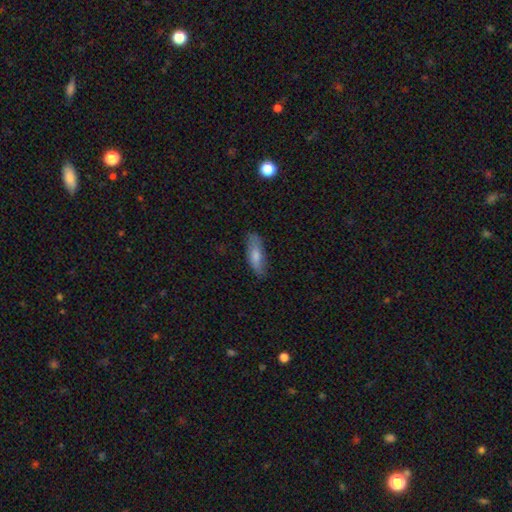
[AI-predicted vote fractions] smooth 75%, featured or disk 19%, star or artifact 6%. Down the decision tree: how rounded — in between (61%); merging — none (77%).